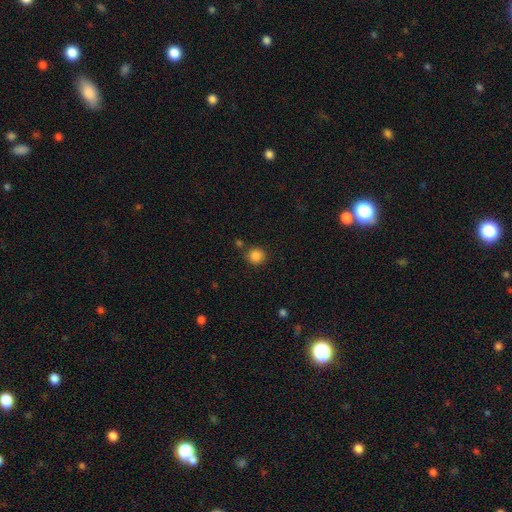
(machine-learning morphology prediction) This appears to be a smooth galaxy with no disk features (86%) that is round (90%). Merging: none (83%).